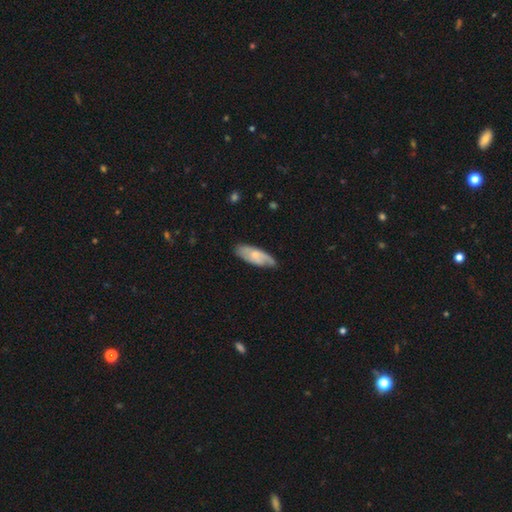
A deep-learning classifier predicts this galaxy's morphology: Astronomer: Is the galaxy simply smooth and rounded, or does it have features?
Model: smooth — 52% (runner-up: featured or disk, 42%).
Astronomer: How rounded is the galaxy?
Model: in between — 72%.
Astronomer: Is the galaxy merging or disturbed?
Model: none — 69%.